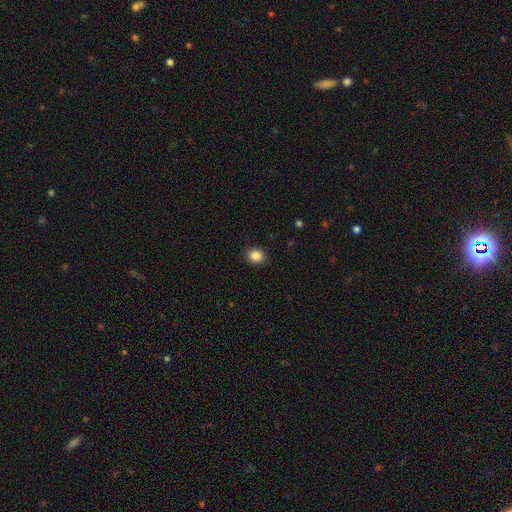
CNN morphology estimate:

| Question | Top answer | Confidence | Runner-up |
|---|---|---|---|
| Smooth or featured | smooth | 86% | star or artifact (9%) |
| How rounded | round | 59% | in between (40%) |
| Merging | none | 90% | minor disturbance (7%) |